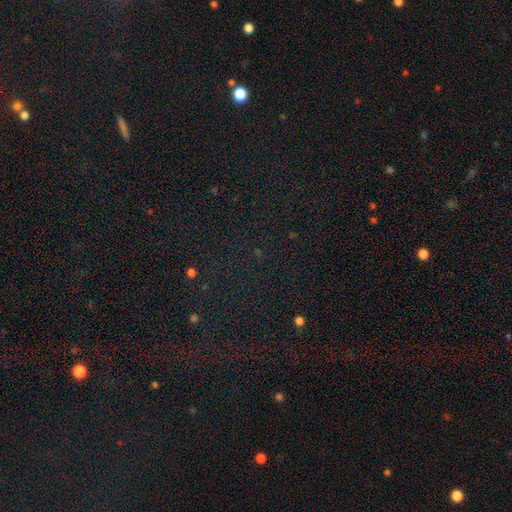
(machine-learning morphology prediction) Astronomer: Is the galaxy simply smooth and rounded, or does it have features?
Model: star or artifact — 75%.